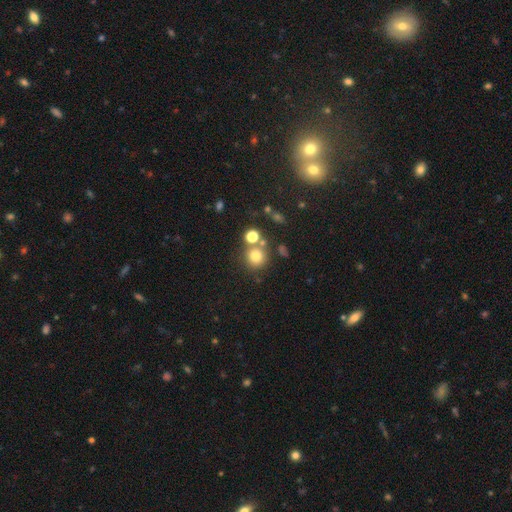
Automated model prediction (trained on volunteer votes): A smooth galaxy with no disk features (76%) that is round (90%).

Vote fractions:
- Smooth or featured? smooth: 76% / star or artifact: 15% / featured or disk: 9%
- How rounded? round: 90% / in between: 9% / cigar-shaped: 1%
- Merging? none: 67% / merger: 19% / minor disturbance: 9% / major disturbance: 4%